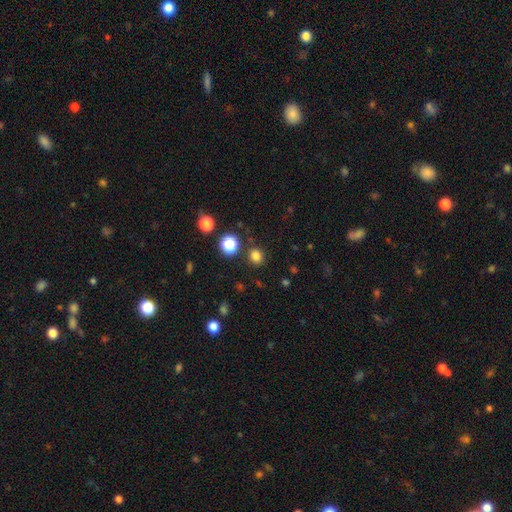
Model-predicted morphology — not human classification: A smooth galaxy with no disk features (80%) that is round (81%).

Vote fractions:
- Smooth or featured? smooth: 80% / star or artifact: 16% / featured or disk: 4%
- How rounded? round: 81% / in between: 18% / cigar-shaped: 1%
- Merging? none: 86% / minor disturbance: 7% / merger: 4% / major disturbance: 3%